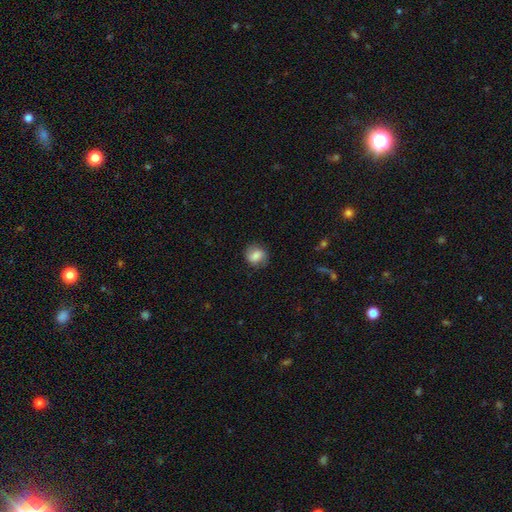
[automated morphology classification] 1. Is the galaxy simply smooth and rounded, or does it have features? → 69% smooth, 22% featured or disk, 9% star or artifact.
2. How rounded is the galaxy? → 71% round, 28% in between, 1% cigar-shaped.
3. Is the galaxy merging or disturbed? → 80% none, 15% minor disturbance, 5% major disturbance, 1% merger.